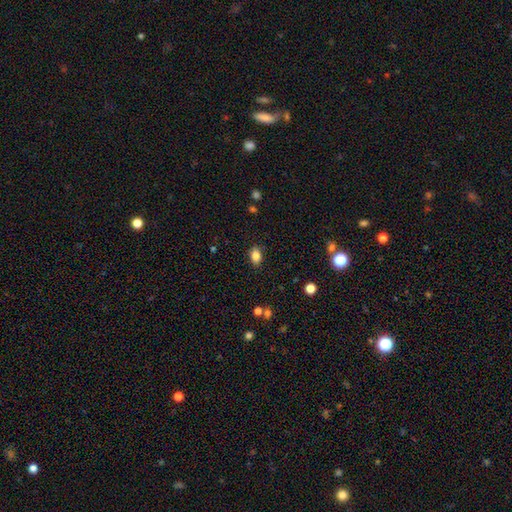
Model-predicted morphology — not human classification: type=smooth (83%); roundness=in between (84%); merging=none (86%).